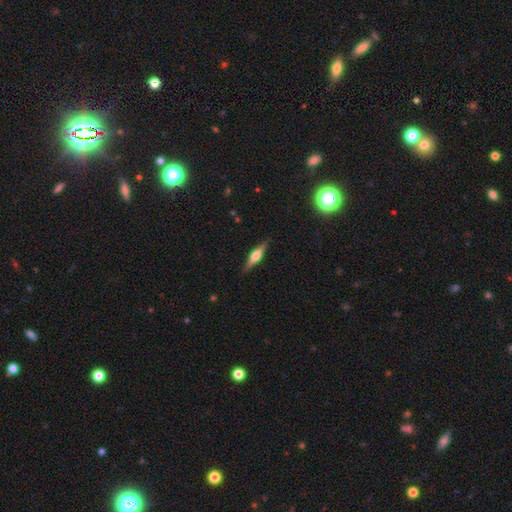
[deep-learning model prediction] Smooth or featured? Predicted: featured or disk (p=0.70). Edge-on disk? Predicted: yes (p=0.97). Edge-on bulge? Predicted: rounded (p=0.89). Merging? Predicted: none (p=0.89).